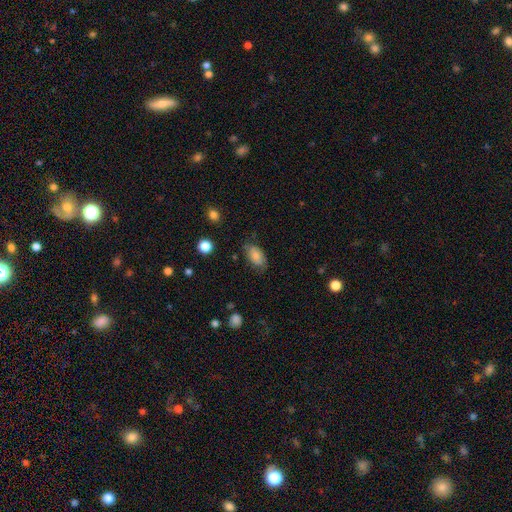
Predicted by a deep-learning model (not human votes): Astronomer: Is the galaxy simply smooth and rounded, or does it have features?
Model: smooth — 75%.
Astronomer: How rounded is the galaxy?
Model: in between — 92%.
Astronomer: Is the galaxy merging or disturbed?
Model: none — 69%.